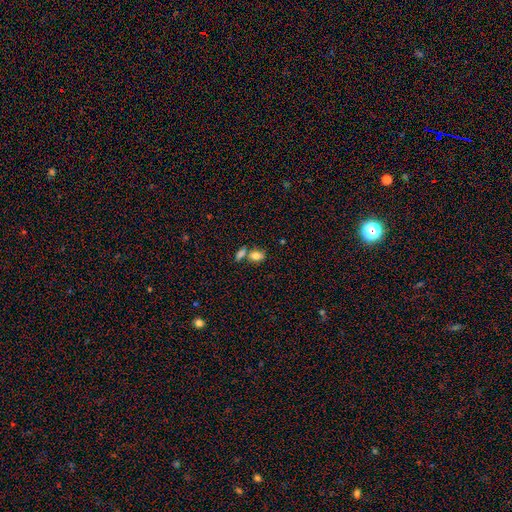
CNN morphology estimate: A smooth galaxy with no disk features (81%) that is in between round and cigar-shaped (82%). Merging: none (44%).